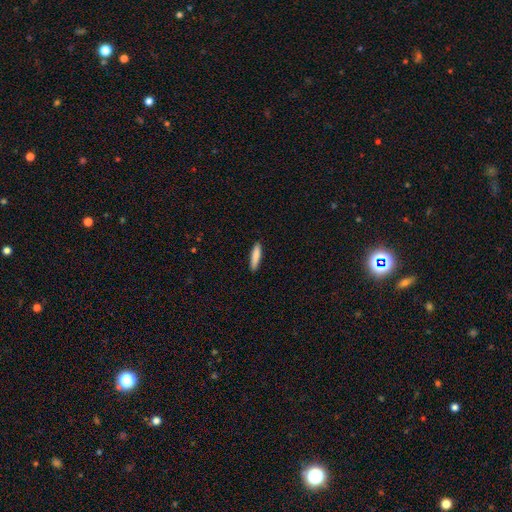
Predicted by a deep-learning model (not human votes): A smooth galaxy with no disk features (86%) that is cigar-shaped (83%). Merging: none (89%).